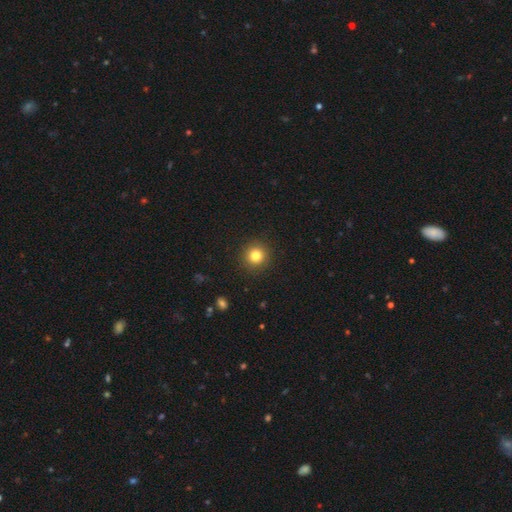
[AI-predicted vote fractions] Smooth or featured?
  - smooth: 82% *
  - star or artifact: 12%
  - featured or disk: 6%
How rounded?
  - round: 95% *
  - in between: 4%
  - cigar-shaped: 1%
Merging?
  - none: 92% *
  - minor disturbance: 5%
  - major disturbance: 2%
  - merger: 1%